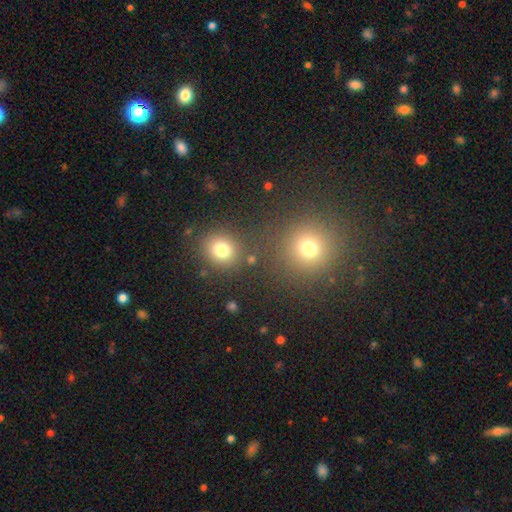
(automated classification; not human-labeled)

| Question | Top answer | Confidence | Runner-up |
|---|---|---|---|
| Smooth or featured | smooth | 59% | star or artifact (34%) |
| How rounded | round | 89% | in between (10%) |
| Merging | none | 80% | merger (10%) |